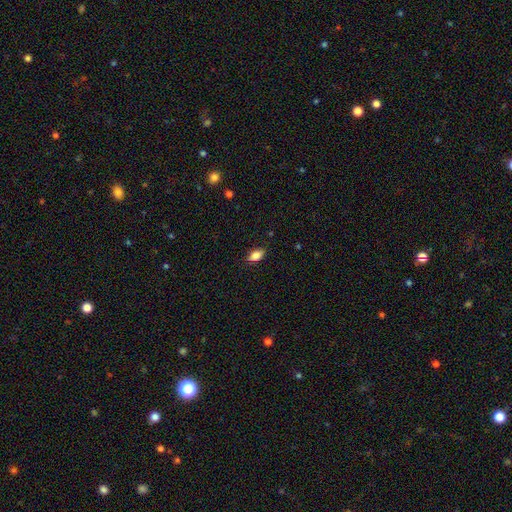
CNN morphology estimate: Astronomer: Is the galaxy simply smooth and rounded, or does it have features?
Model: smooth — 82%.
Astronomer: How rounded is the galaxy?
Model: in between — 88%.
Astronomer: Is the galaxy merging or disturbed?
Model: none — 83%.